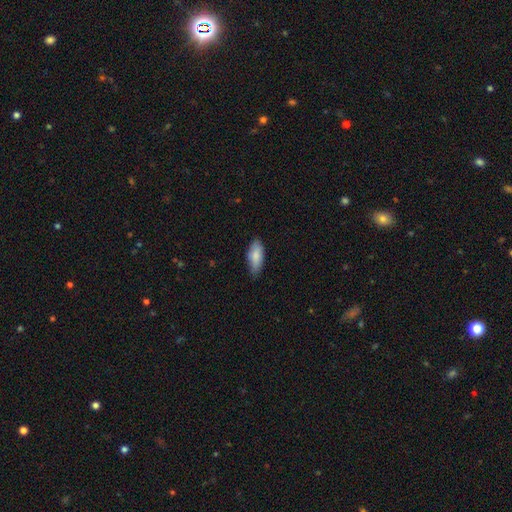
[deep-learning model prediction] smooth_or_featured: smooth (p=0.83) [alt: featured or disk p=0.12]
how_rounded: in between (p=0.83) [alt: cigar-shaped p=0.15]
merging: none (p=0.77) [alt: minor disturbance p=0.20]